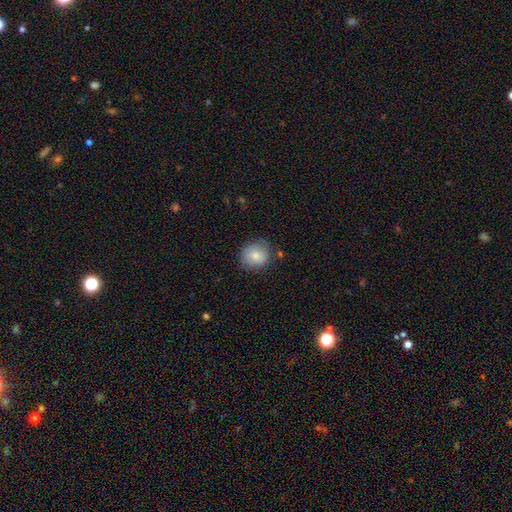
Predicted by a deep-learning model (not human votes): Q: Smooth or featured?
A: smooth (81%); runner-up: featured or disk (12%)
Q: How rounded?
A: round (83%); runner-up: in between (16%)
Q: Merging?
A: none (78%); runner-up: minor disturbance (16%)